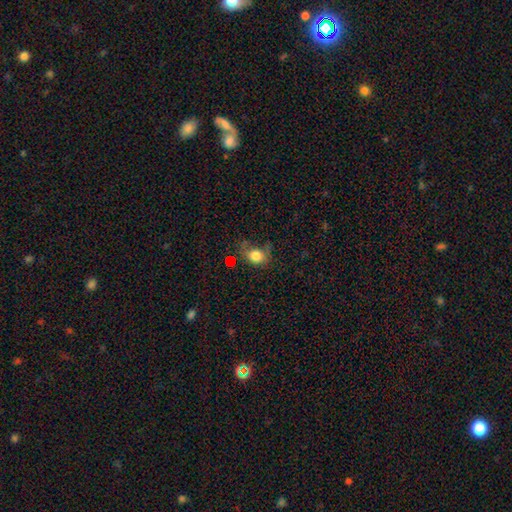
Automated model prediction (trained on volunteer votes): Smooth or featured?
  - smooth: 77% *
  - featured or disk: 12%
  - star or artifact: 12%
How rounded?
  - round: 58% *
  - in between: 41%
  - cigar-shaped: 1%
Merging?
  - none: 43% *
  - minor disturbance: 28%
  - major disturbance: 24%
  - merger: 5%